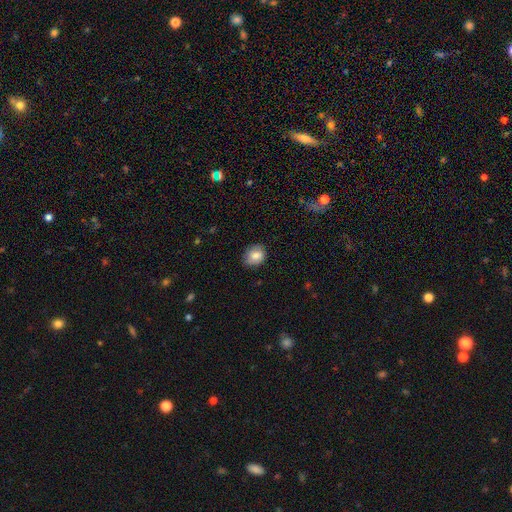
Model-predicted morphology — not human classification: smooth-or-featured: smooth: 81% | featured or disk: 11% | star or artifact: 8%
  how-rounded: round: 53% | in between: 46% | cigar-shaped: 1%
  merging: none: 73% | minor disturbance: 22% | major disturbance: 4% | merger: 1%